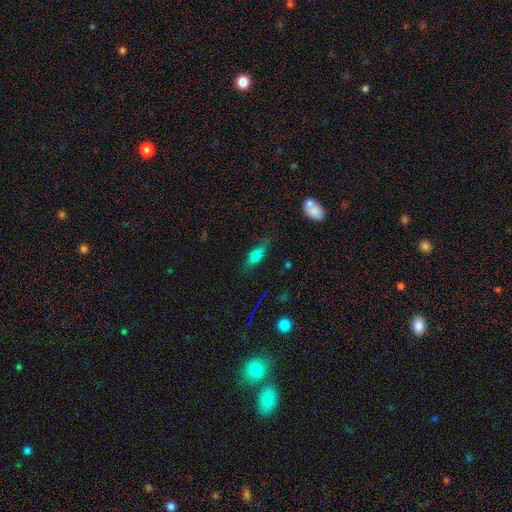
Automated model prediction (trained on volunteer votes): smooth_or_featured: smooth (p=0.64) [alt: featured or disk p=0.23]
how_rounded: in between (p=0.70) [alt: cigar-shaped p=0.25]
merging: none (p=0.73) [alt: minor disturbance p=0.20]